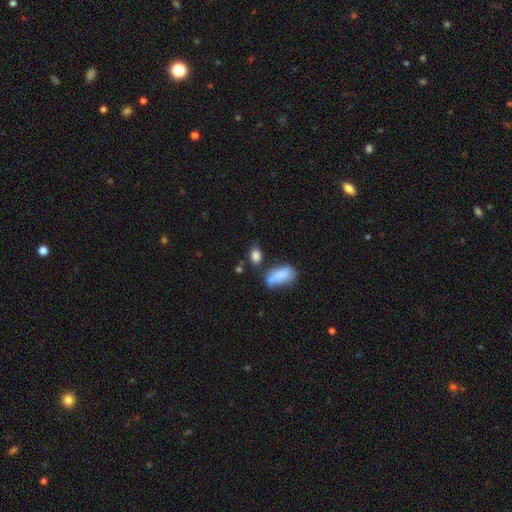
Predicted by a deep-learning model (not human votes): This is clearly a smooth galaxy (84%). How rounded: likely in between (80%). Merging: possibly none (57%).